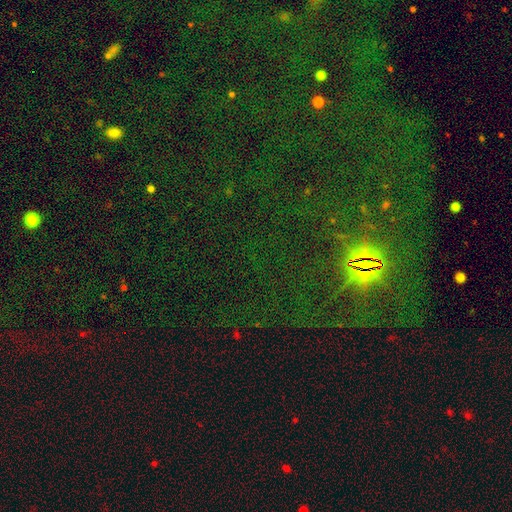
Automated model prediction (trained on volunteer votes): A star or artifact, not a galaxy (80%).